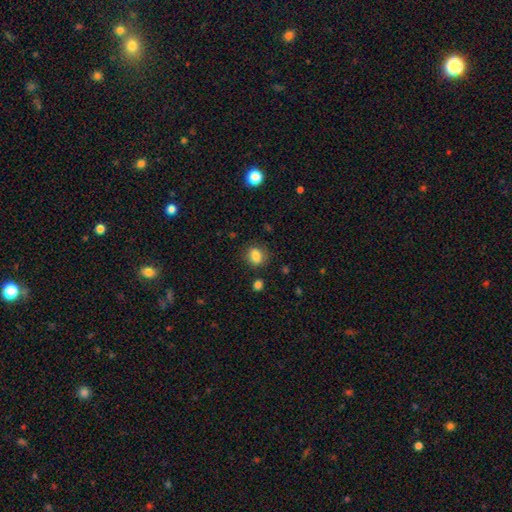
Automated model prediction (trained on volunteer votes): This appears to be a smooth galaxy with no disk features (83%) that is in between round and cigar-shaped (52%). Merging: none (79%).